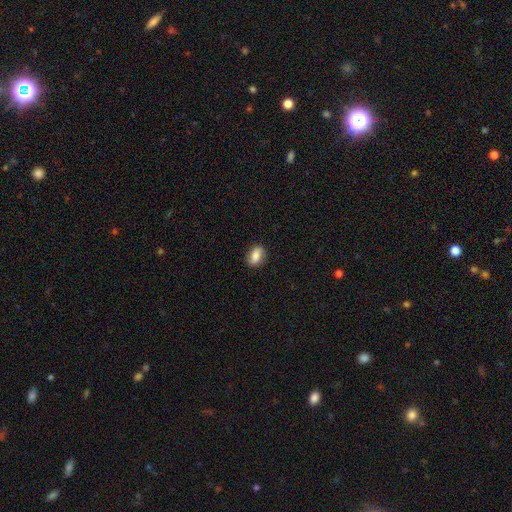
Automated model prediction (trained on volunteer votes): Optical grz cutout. It shows a smooth galaxy with no disk features (75%) that is in between round and cigar-shaped (79%). Merging: none (84%).